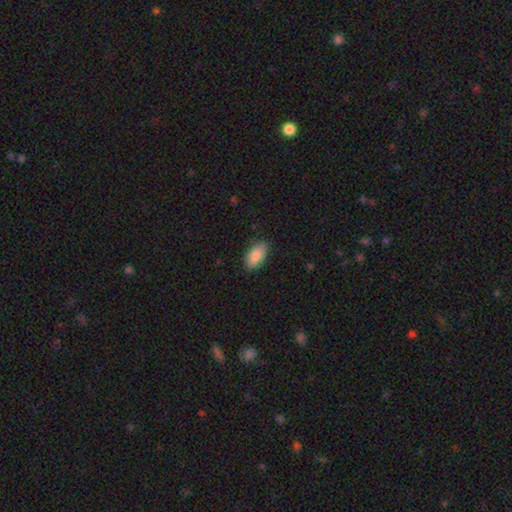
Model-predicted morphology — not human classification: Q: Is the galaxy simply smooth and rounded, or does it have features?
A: smooth — 88%.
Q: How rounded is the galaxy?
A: in between — 93%.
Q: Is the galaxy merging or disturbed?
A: none — 86%.